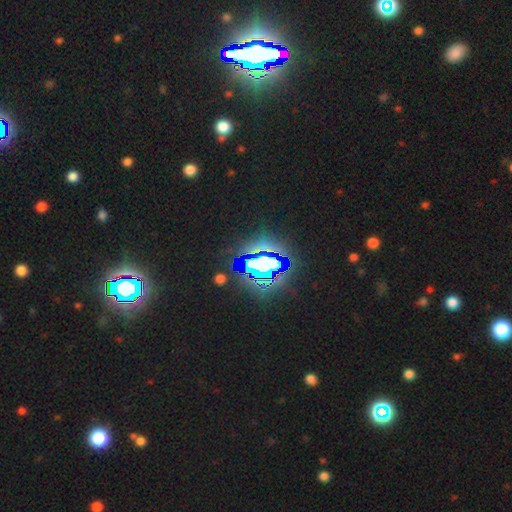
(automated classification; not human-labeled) Q: Smooth or featured?
A: star or artifact (75%); runner-up: smooth (13%)